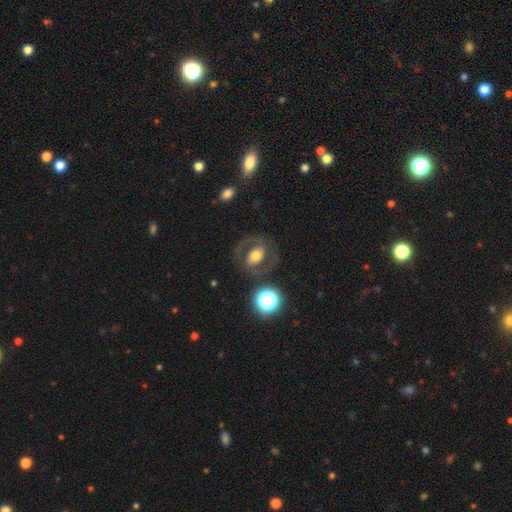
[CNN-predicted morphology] A featured or disk galaxy (60%) with no bar (43%), spiral arms (59%) and a moderate central bulge (55%). Merging: none (74%).